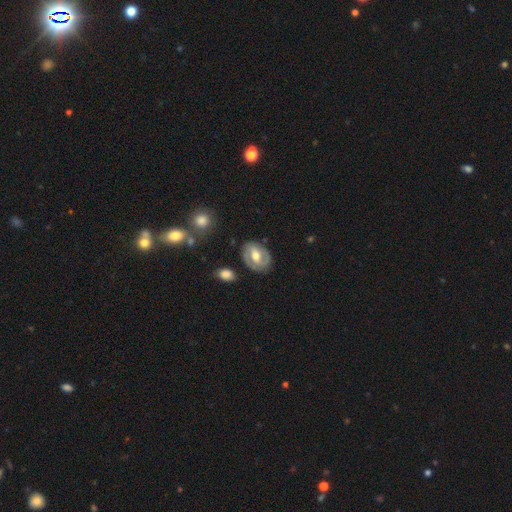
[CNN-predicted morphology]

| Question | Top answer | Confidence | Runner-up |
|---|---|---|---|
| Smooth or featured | featured or disk | 66% | smooth (29%) |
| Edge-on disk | no | 95% | yes (5%) |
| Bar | weak | 44% | strong (28%) |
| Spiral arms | yes | 65% | no (35%) |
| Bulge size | moderate | 73% | small (14%) |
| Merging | none | 78% | minor disturbance (15%) |